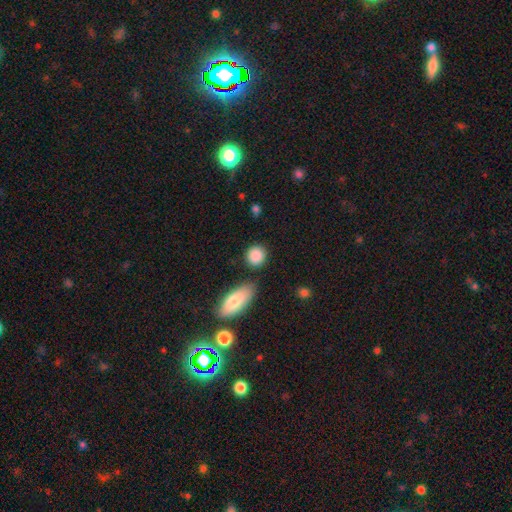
Smooth or featured: smooth — 90% (featured or disk — 8%)
How rounded: round — 61% (in between — 36%)
Merging: none — 74% (merger — 13%)